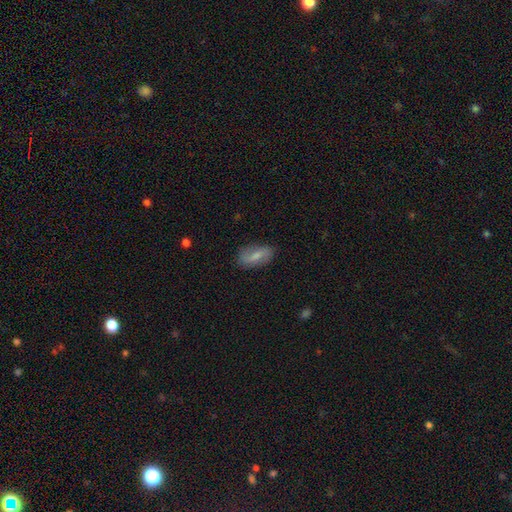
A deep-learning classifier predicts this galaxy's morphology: Overall: smooth (57%; featured or disk 36%). How rounded: in between (85%). Merging: none (80%).